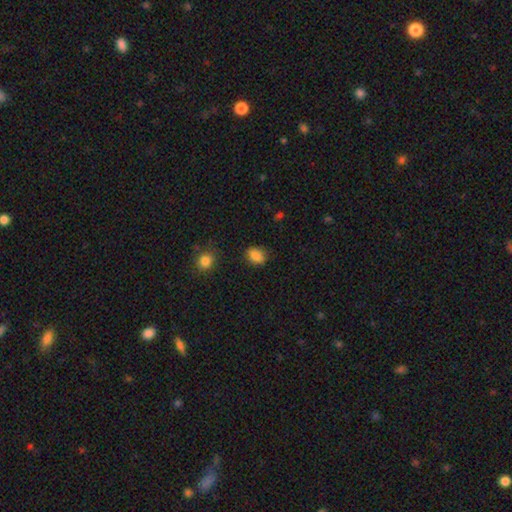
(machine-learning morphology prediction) Smooth or featured? smooth (85%)
How rounded? in between (63%)
Merging? none (83%)